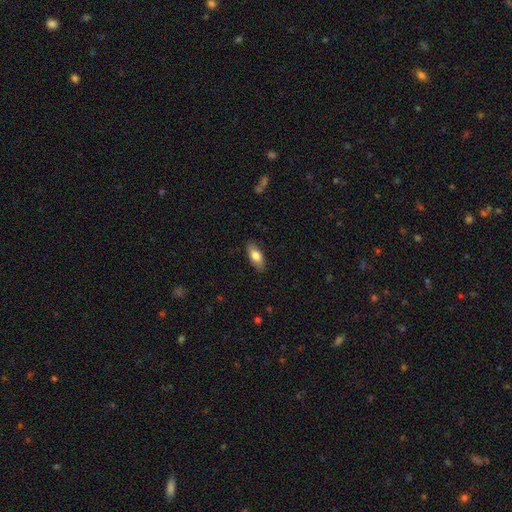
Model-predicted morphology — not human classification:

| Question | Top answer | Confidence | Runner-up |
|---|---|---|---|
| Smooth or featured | smooth | 77% | featured or disk (17%) |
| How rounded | in between | 83% | cigar-shaped (14%) |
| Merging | none | 86% | minor disturbance (11%) |